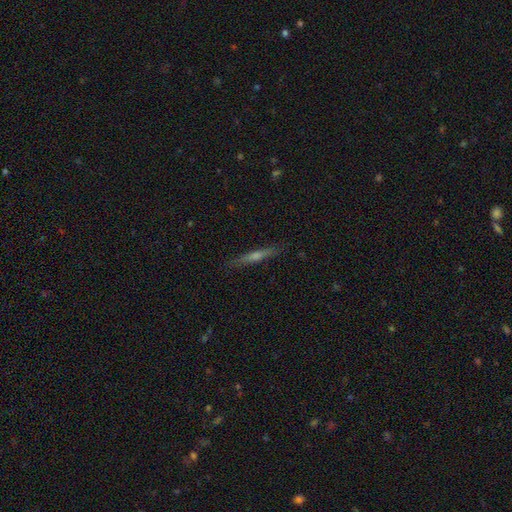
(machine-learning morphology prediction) The model was most divided on "smooth or featured": featured or disk: 59%, smooth: 33%, star or artifact: 8%. More confident: edge-on disk — yes (96%); merging — none (89%); edge-on bulge — rounded (66%).